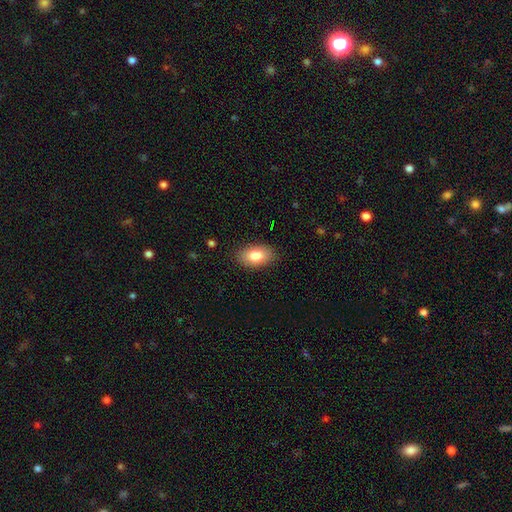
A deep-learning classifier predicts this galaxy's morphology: This appears to be a smooth galaxy with no disk features (82%) that is in between round and cigar-shaped (92%). Merging: none (86%).